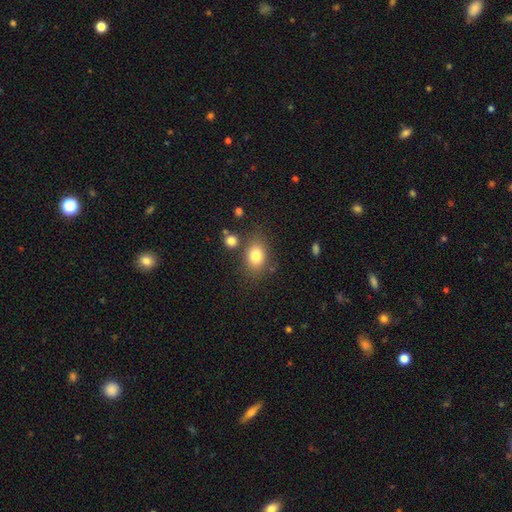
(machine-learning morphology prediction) The model was most divided on "how rounded": in between: 72%, round: 27%, cigar-shaped: 1%. More confident: smooth or featured — smooth (80%); merging — none (75%).